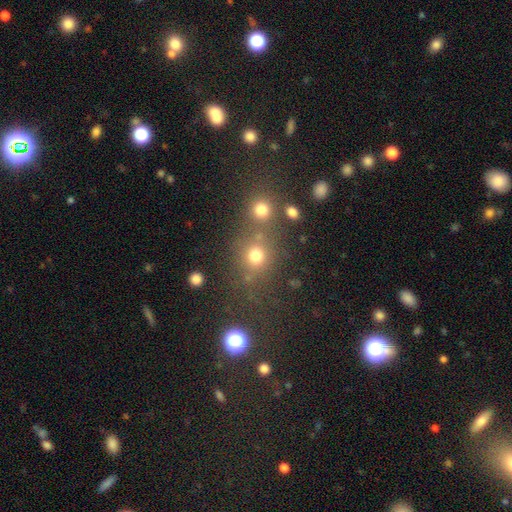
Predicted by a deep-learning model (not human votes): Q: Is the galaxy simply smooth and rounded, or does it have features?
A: smooth — 73%.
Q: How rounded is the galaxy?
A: round — 81%.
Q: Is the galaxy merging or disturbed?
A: none — 58%.